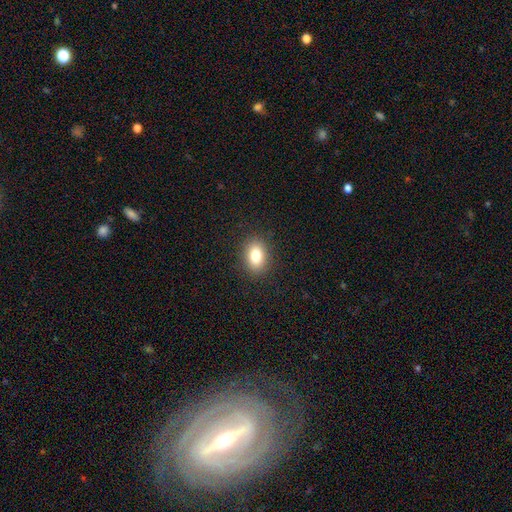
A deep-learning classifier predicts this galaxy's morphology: Overall: smooth (81%). How rounded: in between (76%). Merging: none (89%).